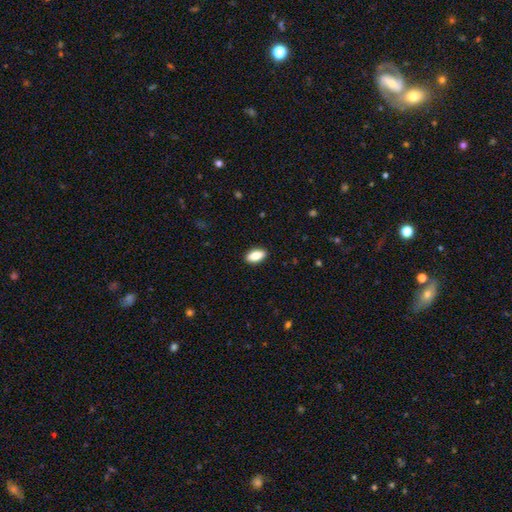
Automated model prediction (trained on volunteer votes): smooth-or-featured: smooth: 85% | featured or disk: 8% | star or artifact: 7%
  how-rounded: in between: 90% | cigar-shaped: 7% | round: 3%
  merging: none: 90% | minor disturbance: 8% | major disturbance: 2% | merger: 1%